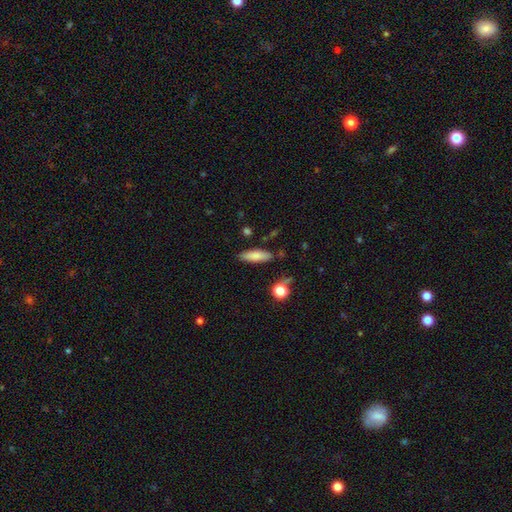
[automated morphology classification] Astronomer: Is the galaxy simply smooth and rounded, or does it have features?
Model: smooth — 83%.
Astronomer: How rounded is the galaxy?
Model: in between — 49%, tied with cigar-shaped at 49%.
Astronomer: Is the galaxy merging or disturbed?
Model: none — 81%.